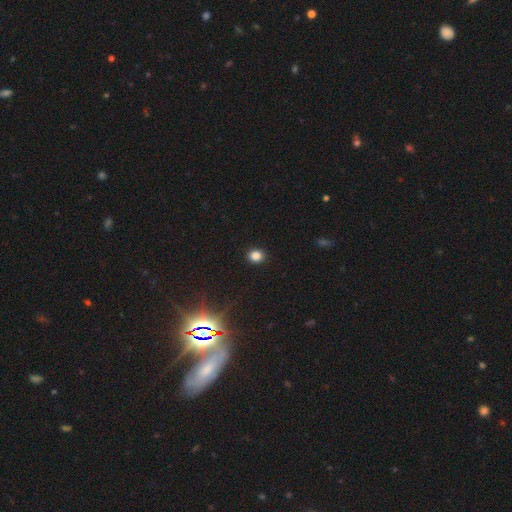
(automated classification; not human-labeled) Smooth or featured? smooth (83%)
How rounded? round (71%)
Merging? none (91%)